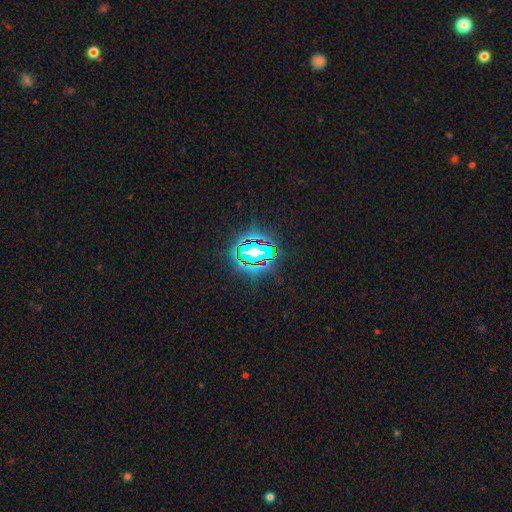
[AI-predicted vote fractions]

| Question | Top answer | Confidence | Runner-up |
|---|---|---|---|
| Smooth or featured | star or artifact | 81% | smooth (12%) |